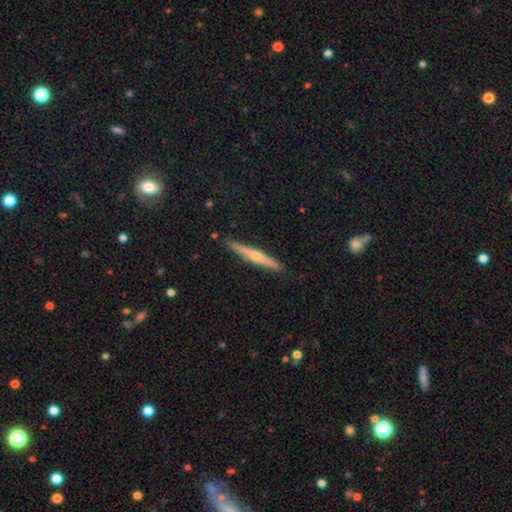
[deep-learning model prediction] Smooth or featured: featured or disk — 67% (smooth — 27%)
Edge-on disk: yes — 98% (no — 2%)
Edge-on bulge: rounded — 82% (none — 14%)
Merging: none — 90% (minor disturbance — 7%)